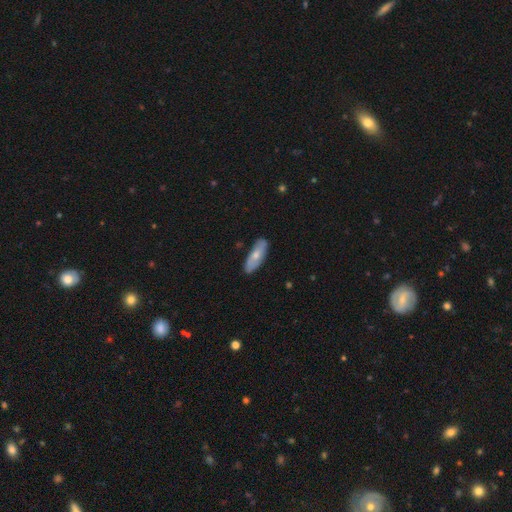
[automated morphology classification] A smooth galaxy with no disk features (62%) that is in between round and cigar-shaped (66%). Merging: none (83%).